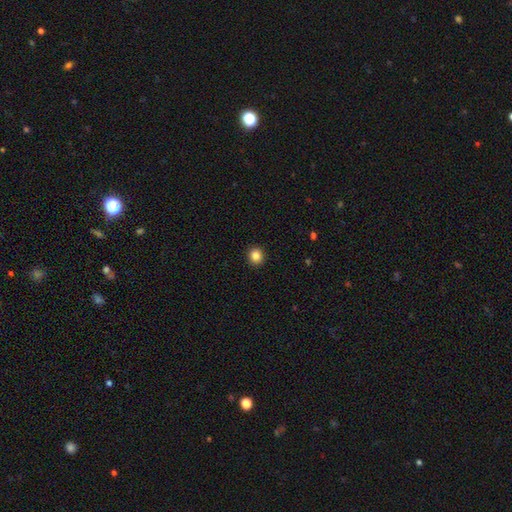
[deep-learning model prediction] A smooth galaxy with no disk features (84%) that is round (91%).

Vote fractions:
- Smooth or featured? smooth: 84% / star or artifact: 11% / featured or disk: 5%
- How rounded? round: 91% / in between: 8% / cigar-shaped: 1%
- Merging? none: 93% / minor disturbance: 5% / major disturbance: 1% / merger: 1%